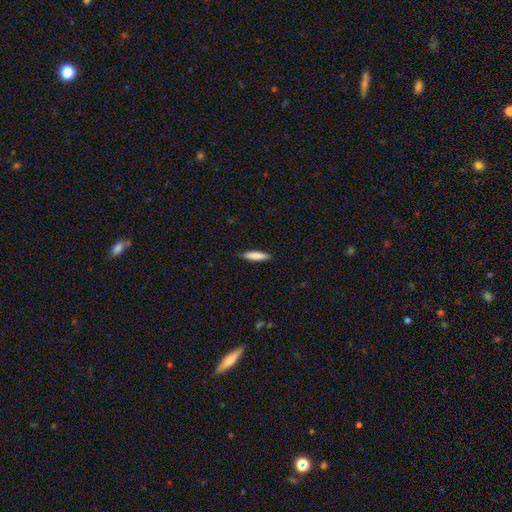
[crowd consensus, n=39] Volunteers were most divided on "smooth or featured": smooth: 85%, featured or disk: 13%, star or artifact: 3%. More confident: merging — none (89%); how rounded — cigar-shaped (88%).